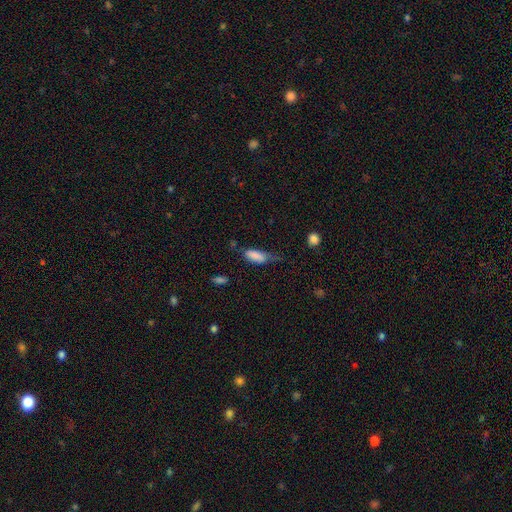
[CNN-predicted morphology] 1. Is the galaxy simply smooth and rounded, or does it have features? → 82% smooth, 10% featured or disk, 8% star or artifact.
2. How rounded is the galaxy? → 77% in between, 20% cigar-shaped, 3% round.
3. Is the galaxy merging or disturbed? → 41% minor disturbance, 29% none, 26% major disturbance, 4% merger.